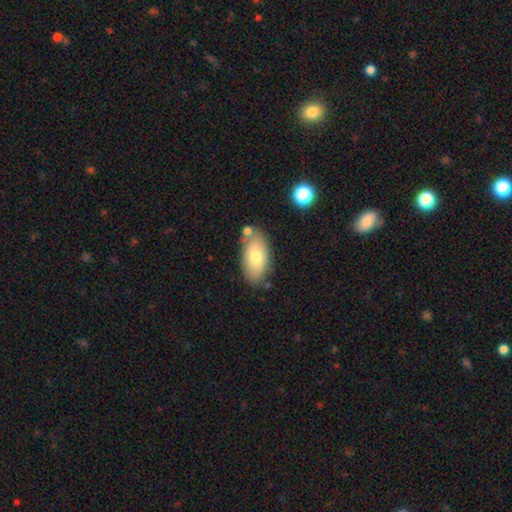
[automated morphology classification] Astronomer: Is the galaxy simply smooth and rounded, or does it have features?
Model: smooth — 74%.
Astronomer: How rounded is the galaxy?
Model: in between — 93%.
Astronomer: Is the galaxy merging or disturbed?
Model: none — 75%.